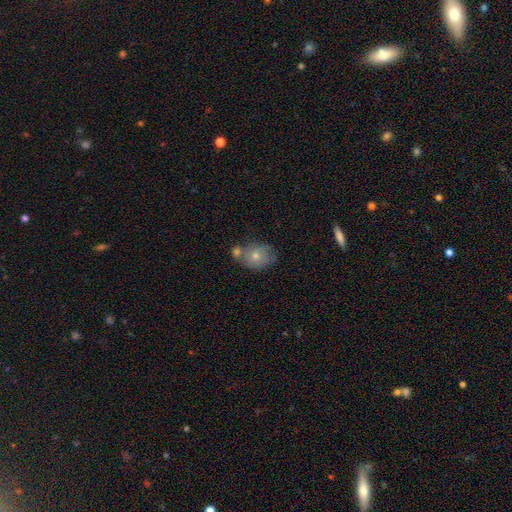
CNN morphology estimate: This appears to be a smooth galaxy with no disk features (49%). Merging: none (58%).